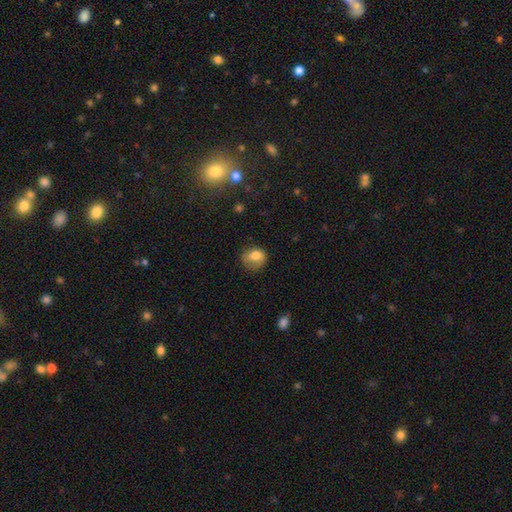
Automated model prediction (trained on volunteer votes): Overall: smooth (73%). How rounded: round (62%; in between 37%). Merging: none (56%; minor disturbance 28%).